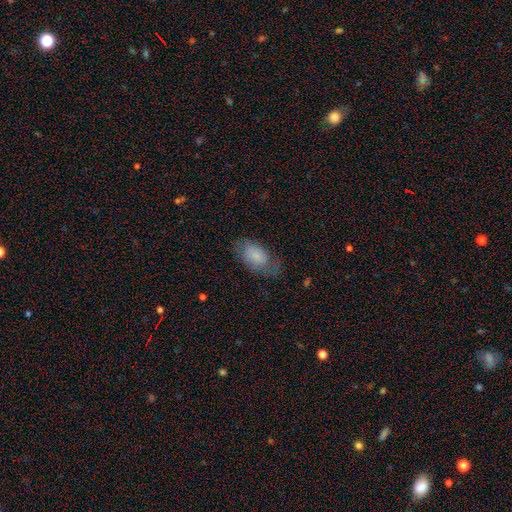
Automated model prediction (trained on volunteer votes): Overall: smooth (74%). How rounded: in between (92%). Merging: none (61%; minor disturbance 25%).